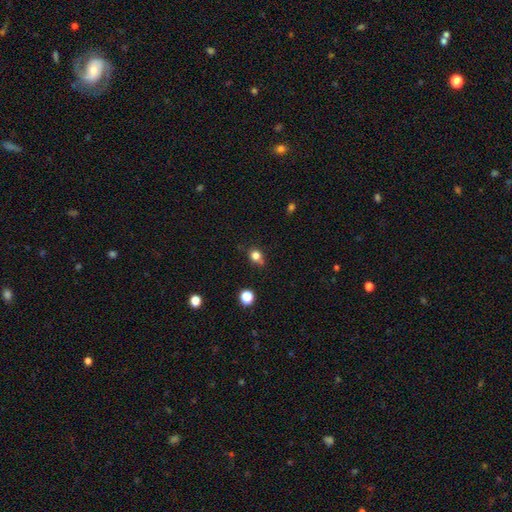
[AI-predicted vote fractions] Smooth or featured: smooth — 78% (star or artifact — 14%)
How rounded: round — 74% (in between — 25%)
Merging: none — 63% (minor disturbance — 21%)